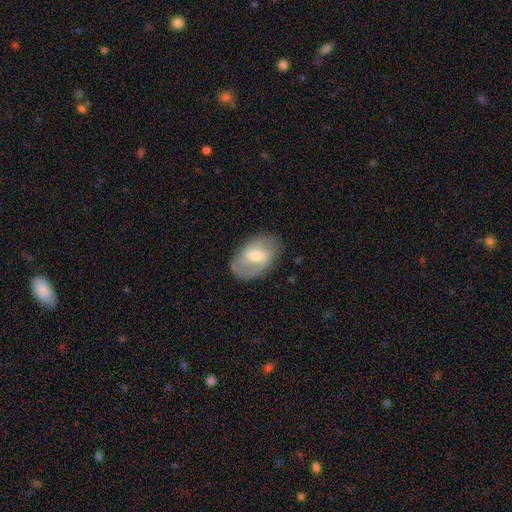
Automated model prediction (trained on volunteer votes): This is likely a featured or disk galaxy (66%). It is clearly not viewed edge-on (94%). Bar: possibly weak (52%). Spiral arm pattern: likely yes (78%). Central bulge: likely moderate (60%). Merging: likely none (77%).